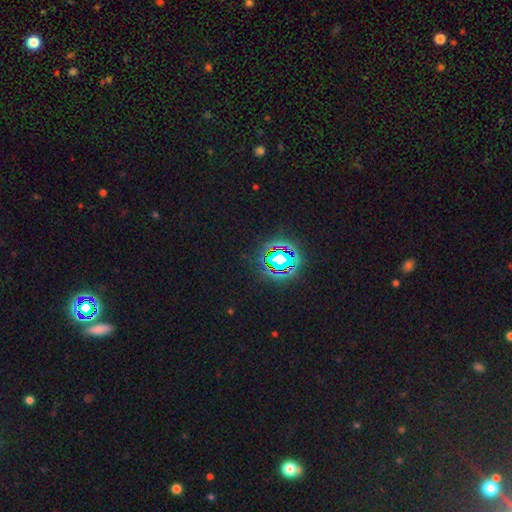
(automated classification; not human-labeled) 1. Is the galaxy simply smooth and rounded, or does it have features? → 79% star or artifact, 12% smooth, 8% featured or disk.